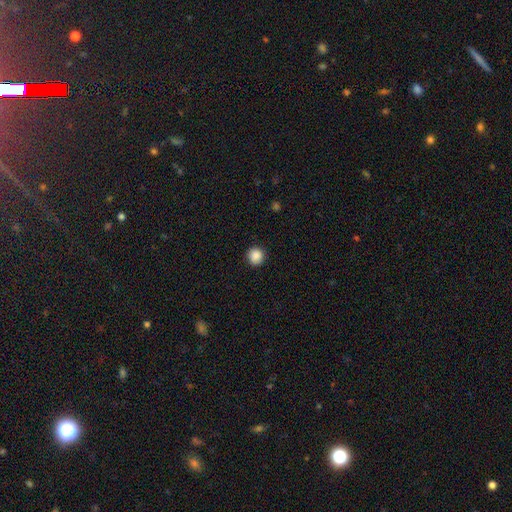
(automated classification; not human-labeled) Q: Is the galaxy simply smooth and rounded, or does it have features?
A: smooth — 88%.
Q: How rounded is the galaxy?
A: round — 93%.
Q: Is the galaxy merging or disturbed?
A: none — 91%.